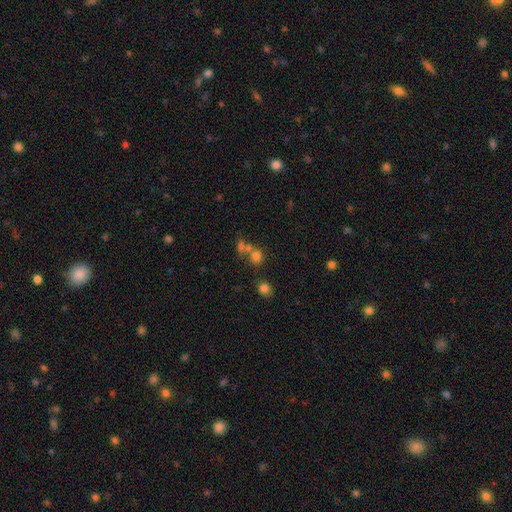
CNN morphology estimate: type=smooth (71%); roundness=round (67%); merging=none (45%).